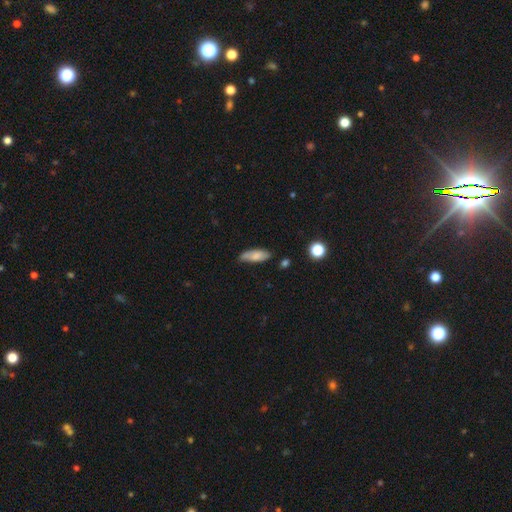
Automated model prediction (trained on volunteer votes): smooth 75%, featured or disk 18%, star or artifact 7%. Down the decision tree: how rounded — in between (67%); merging — none (65%).